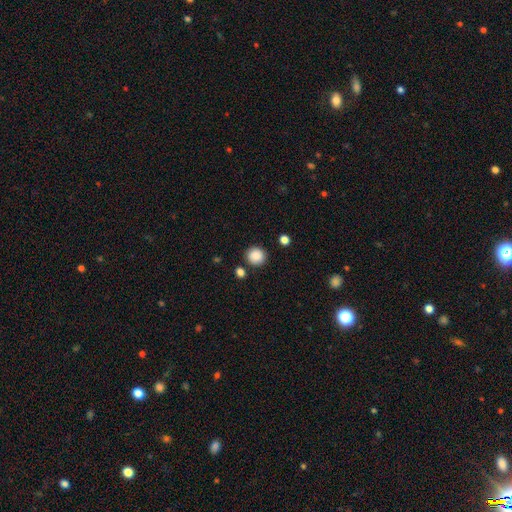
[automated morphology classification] smooth_or_featured: smooth (p=0.88) [alt: star or artifact p=0.09]
how_rounded: round (p=0.91) [alt: in between p=0.08]
merging: none (p=0.86) [alt: minor disturbance p=0.08]